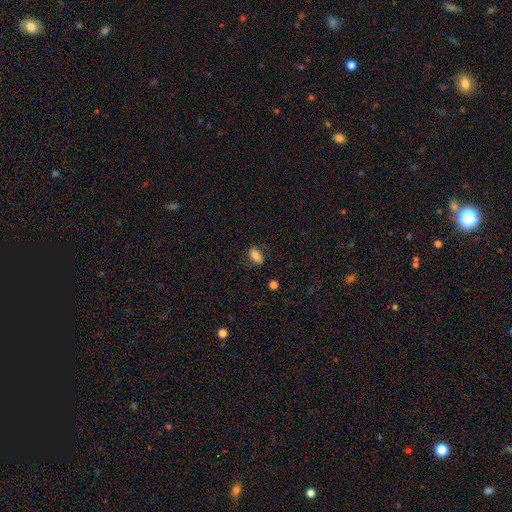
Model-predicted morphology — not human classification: The model was most divided on "merging": none: 78%, minor disturbance: 16%, major disturbance: 4%, merger: 2%. More confident: how rounded — in between (88%); smooth or featured — smooth (80%).